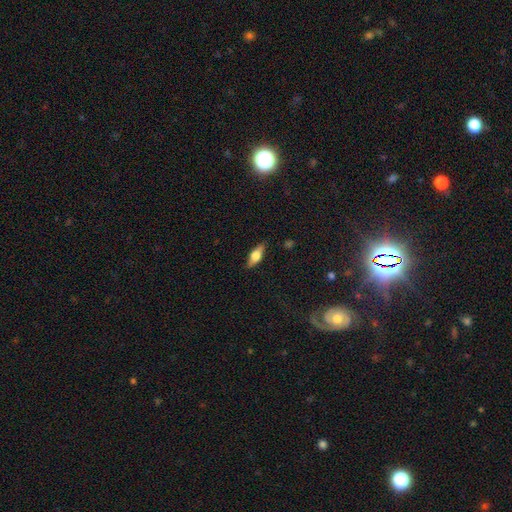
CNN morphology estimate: Smooth or featured? smooth (55%)
How rounded? in between (65%)
Merging? none (84%)